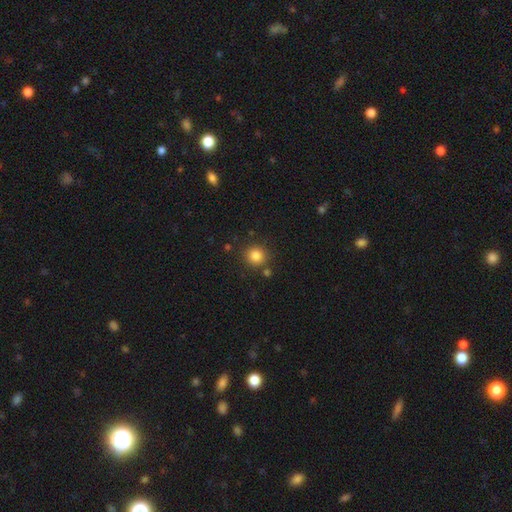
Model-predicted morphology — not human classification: smooth-or-featured: smooth: 84% | star or artifact: 11% | featured or disk: 5%
  how-rounded: round: 91% | in between: 8% | cigar-shaped: 1%
  merging: none: 83% | minor disturbance: 8% | merger: 6% | major disturbance: 3%